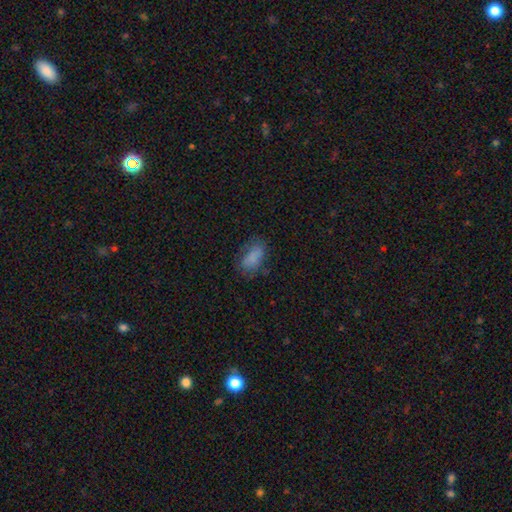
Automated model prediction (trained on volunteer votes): The model was most divided on "merging": none: 68%, minor disturbance: 22%, major disturbance: 9%, merger: 2%. More confident: how rounded — in between (90%); smooth or featured — smooth (81%).